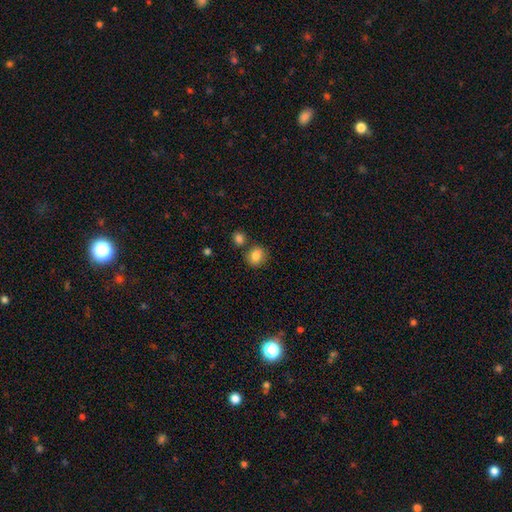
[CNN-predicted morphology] smooth_or_featured: smooth (p=0.84) [alt: star or artifact p=0.10]
how_rounded: round (p=0.72) [alt: in between p=0.27]
merging: none (p=0.73) [alt: merger p=0.12]